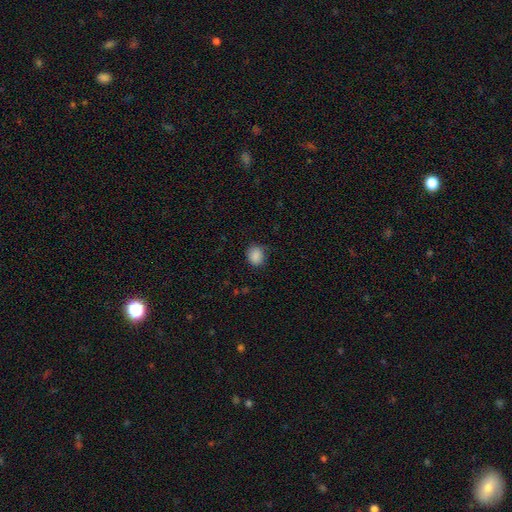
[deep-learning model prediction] A smooth galaxy with no disk features (87%) that is round (71%).

Vote fractions:
- Smooth or featured? smooth: 87% / star or artifact: 9% / featured or disk: 4%
- How rounded? round: 71% / in between: 28% / cigar-shaped: 1%
- Merging? none: 73% / minor disturbance: 21% / major disturbance: 5% / merger: 1%